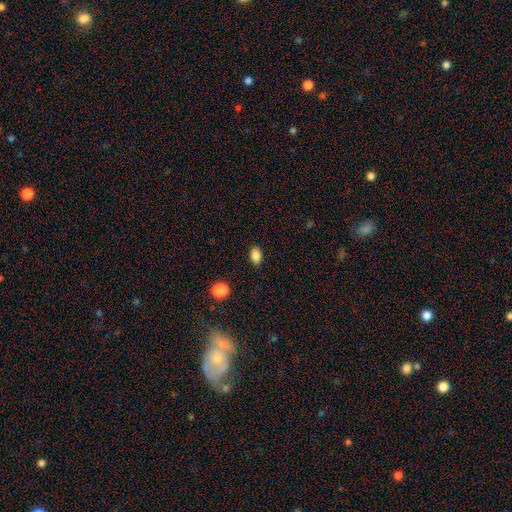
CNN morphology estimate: This appears to be a smooth galaxy with no disk features (86%) that is in between round and cigar-shaped (82%). Merging: none (84%).